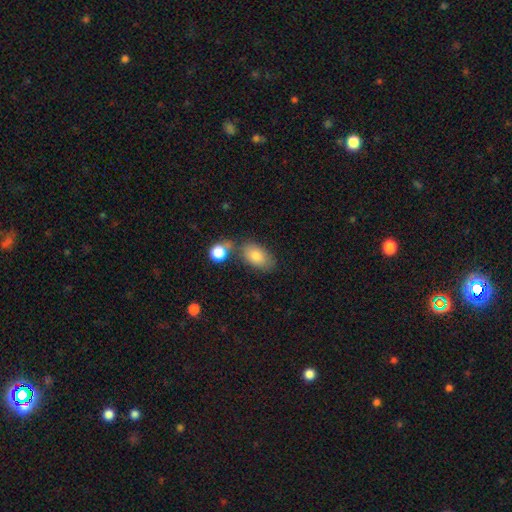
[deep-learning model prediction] The model was most divided on "merging": none: 64%, minor disturbance: 16%, merger: 14%, major disturbance: 5%. More confident: how rounded — in between (91%); smooth or featured — smooth (80%).